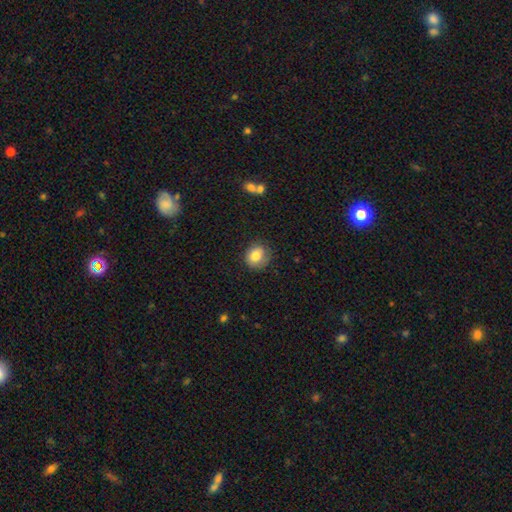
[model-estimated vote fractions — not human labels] smooth 82%, star or artifact 9%, featured or disk 9%. Down the decision tree: how rounded — round (74%); merging — none (76%).